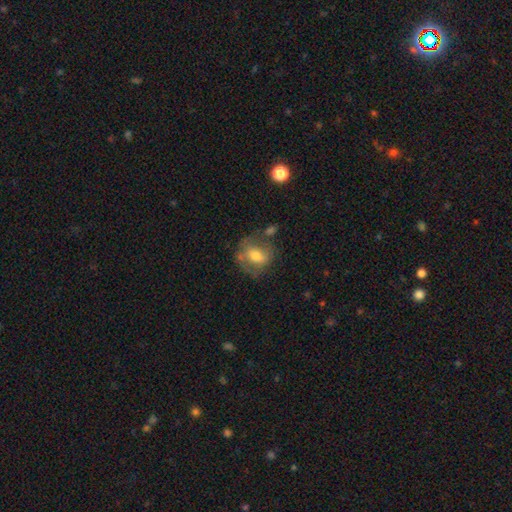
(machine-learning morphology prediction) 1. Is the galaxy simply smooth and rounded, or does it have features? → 57% smooth, 35% featured or disk, 8% star or artifact.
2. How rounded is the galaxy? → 55% round, 43% in between, 2% cigar-shaped.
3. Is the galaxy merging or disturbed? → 55% none, 24% minor disturbance, 12% major disturbance, 9% merger.